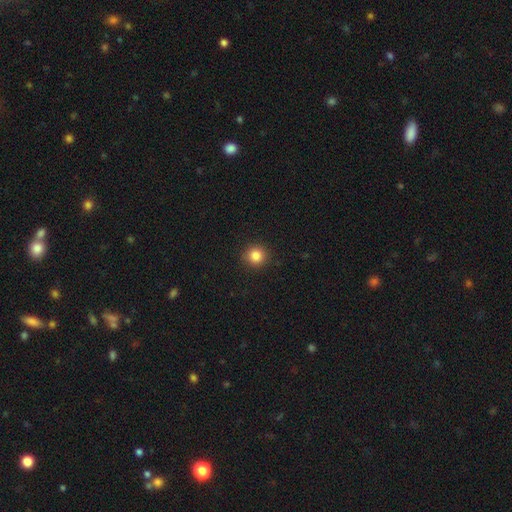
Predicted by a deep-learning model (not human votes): A smooth galaxy with no disk features (84%) that is round (93%).

Vote fractions:
- Smooth or featured? smooth: 84% / star or artifact: 11% / featured or disk: 5%
- How rounded? round: 93% / in between: 6% / cigar-shaped: 1%
- Merging? none: 92% / minor disturbance: 5% / major disturbance: 2% / merger: 1%